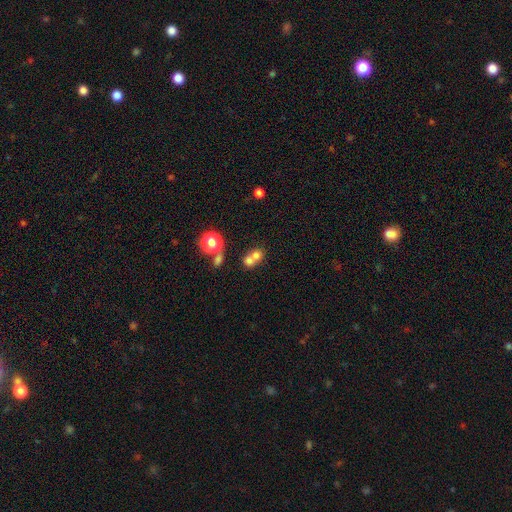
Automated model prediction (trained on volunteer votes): A smooth galaxy with no disk features (69%) that is round (75%). Merging: merger (62%).